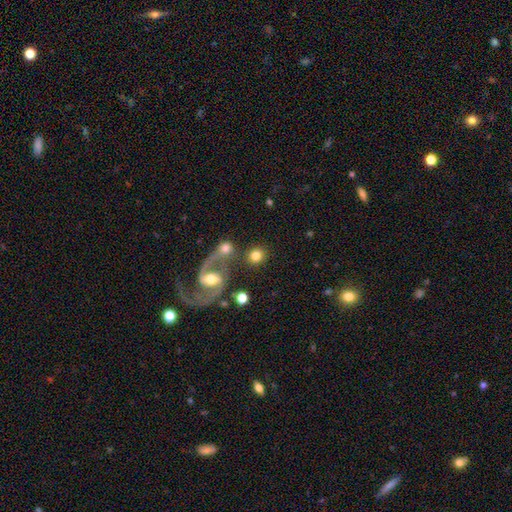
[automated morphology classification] A smooth galaxy with no disk features (73%) that is round (89%).

Vote fractions:
- Smooth or featured? smooth: 73% / featured or disk: 19% / star or artifact: 8%
- How rounded? round: 89% / in between: 10% / cigar-shaped: 1%
- Merging? none: 74% / merger: 13% / minor disturbance: 8% / major disturbance: 4%